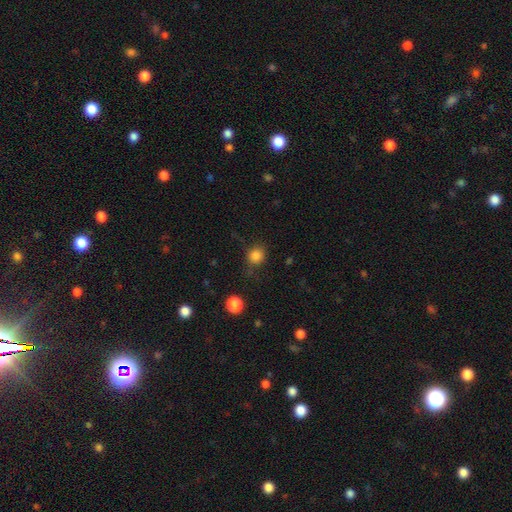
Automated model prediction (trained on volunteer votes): Morphology: type=smooth (83%); roundness=round (83%); merging=none (73%).